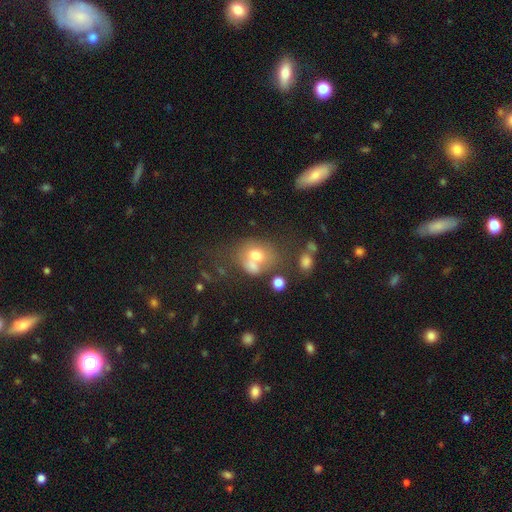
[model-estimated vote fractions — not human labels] The model was most divided on "how rounded": round: 53%, in between: 46%, cigar-shaped: 1%. Remaining: smooth or featured — smooth (63%); merging — merger (41%).